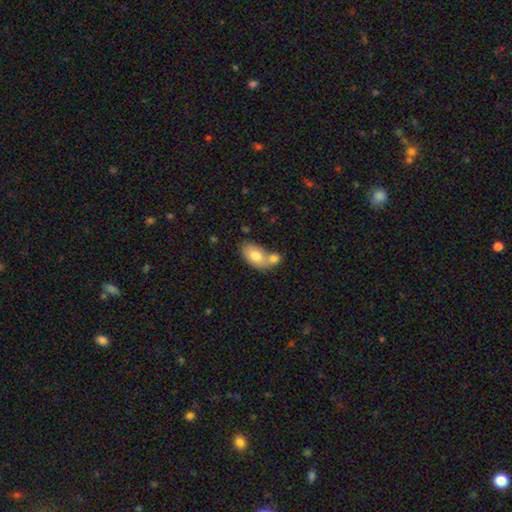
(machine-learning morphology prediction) The model was most divided on "merging": merger: 52%, none: 34%, minor disturbance: 11%, major disturbance: 4%. More confident: how rounded — in between (88%); smooth or featured — smooth (76%).